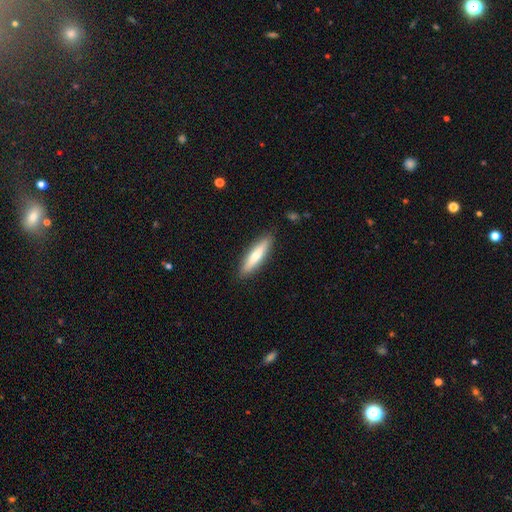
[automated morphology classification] A smooth galaxy with no disk features (65%) that is cigar-shaped (80%). Merging: none (89%).